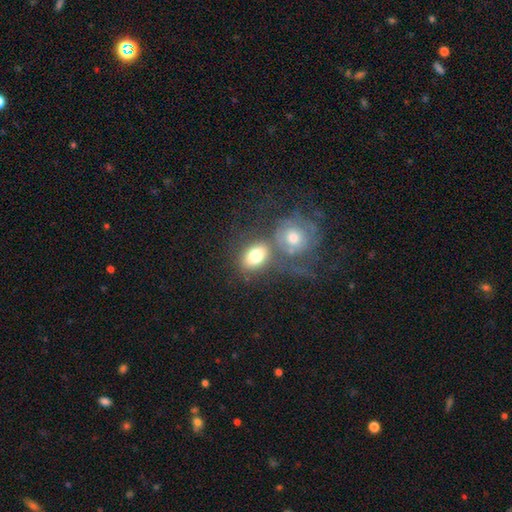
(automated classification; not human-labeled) Smooth or featured?
  - smooth: 72% *
  - featured or disk: 20%
  - star or artifact: 9%
How rounded?
  - in between: 67% *
  - round: 31%
  - cigar-shaped: 2%
Merging?
  - none: 42% *
  - merger: 37%
  - minor disturbance: 13%
  - major disturbance: 9%